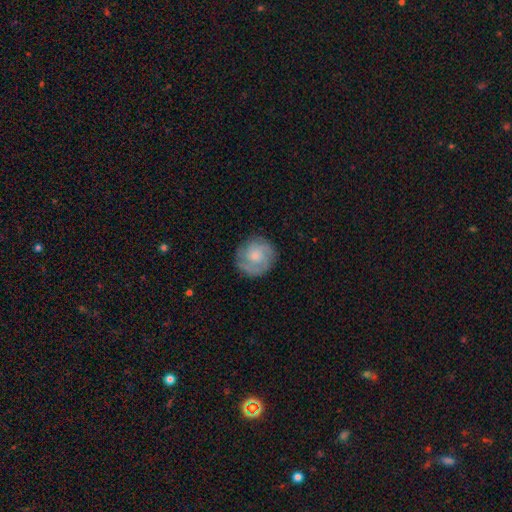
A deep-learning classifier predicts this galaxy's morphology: smooth-or-featured: featured or disk: 57% | smooth: 36% | star or artifact: 6%
  disk-edge-on: no: 98% | yes: 2%
    bar: no: 74% | weak: 23% | strong: 3%
    has-spiral-arms: yes: 89% | no: 11%
    bulge-size: moderate: 41% | small: 34% | none: 14% | large: 10% | dominant: 2%
  merging: none: 80% | minor disturbance: 14% | major disturbance: 5% | merger: 1%